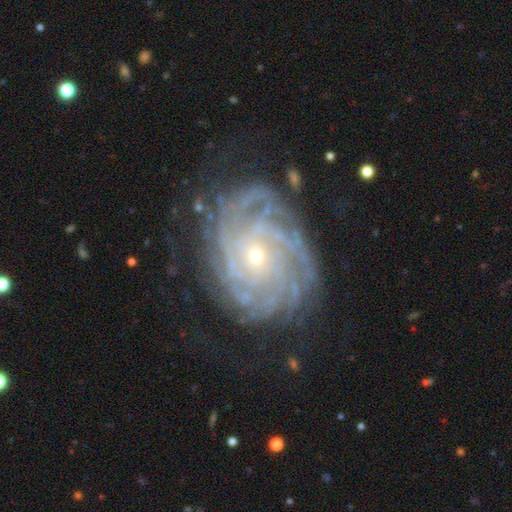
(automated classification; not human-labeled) A featured or disk galaxy (90%) with no bar (77%), more than 4 (28%) tight (80%) spiral arms (97%) and a small central bulge (74%).

Vote fractions:
- Smooth or featured? featured or disk: 90% / star or artifact: 6% / smooth: 5%
- Edge-on disk? no: 97% / yes: 3%
- Bar? no: 77% / weak: 18% / strong: 6%
- Spiral arms? yes: 97% / no: 3%
- Spiral winding? tight: 80% / medium: 17% / loose: 4%
- Spiral arm count? more than 4: 28% / can't tell: 27% / 4: 19% / 3: 11% / 2: 9% / 1: 7%
- Bulge size? small: 74% / moderate: 23% / large: 1% / none: 1% / dominant: 1%
- Merging? none: 74% / minor disturbance: 16% / major disturbance: 8% / merger: 2%